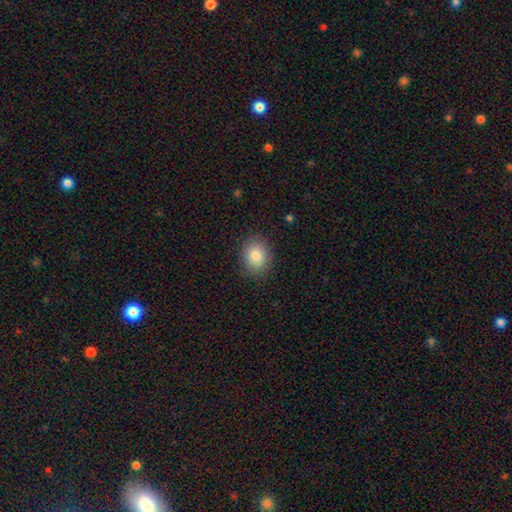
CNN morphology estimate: Smooth or featured? Predicted: smooth (p=0.83). How rounded? Predicted: round (p=0.57). Merging? Predicted: none (p=0.86).